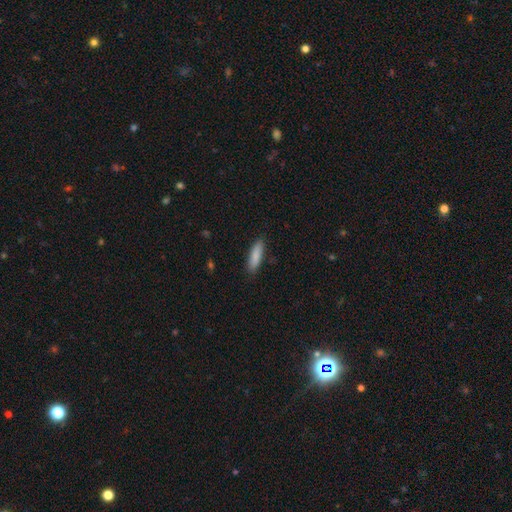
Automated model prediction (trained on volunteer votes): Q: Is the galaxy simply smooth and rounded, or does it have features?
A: smooth — 87%.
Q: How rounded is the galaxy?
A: cigar-shaped — 61%.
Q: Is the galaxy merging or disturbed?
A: none — 86%.